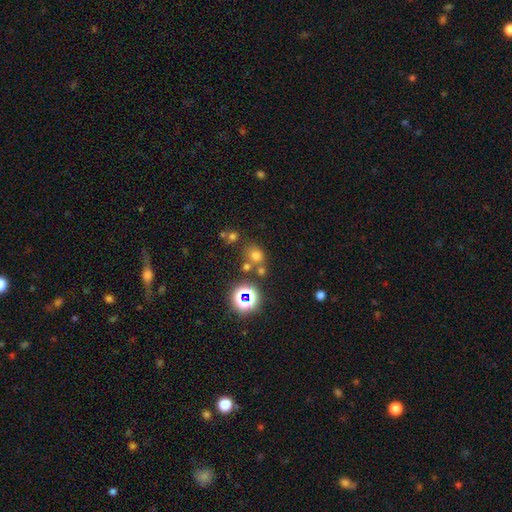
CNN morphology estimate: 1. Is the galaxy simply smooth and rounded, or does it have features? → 63% smooth, 27% star or artifact, 9% featured or disk.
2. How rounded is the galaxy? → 74% round, 25% in between, 1% cigar-shaped.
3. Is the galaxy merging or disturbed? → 63% none, 22% merger, 10% minor disturbance, 5% major disturbance.